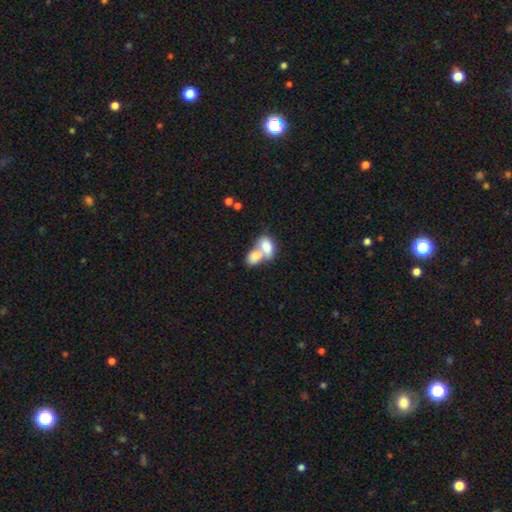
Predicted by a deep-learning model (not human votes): A smooth galaxy with no disk features (77%) that is in between round and cigar-shaped (87%).

Vote fractions:
- Smooth or featured? smooth: 77% / featured or disk: 16% / star or artifact: 7%
- How rounded? in between: 87% / round: 12% / cigar-shaped: 2%
- Merging? merger: 77% / none: 14% / minor disturbance: 5% / major disturbance: 4%